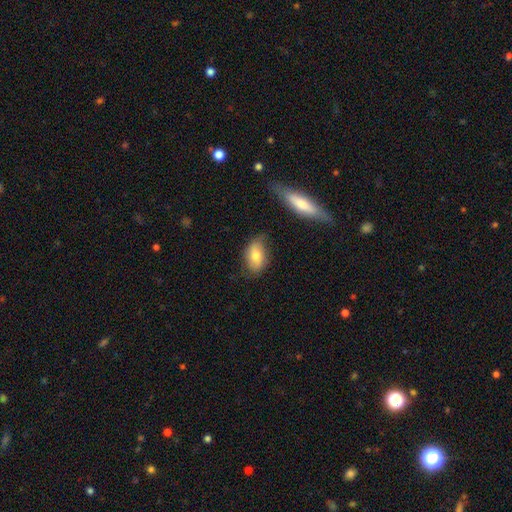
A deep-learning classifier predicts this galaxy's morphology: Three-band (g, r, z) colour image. It shows a smooth galaxy with no disk features (71%) that is in between round and cigar-shaped (88%). Merging: none (65%).